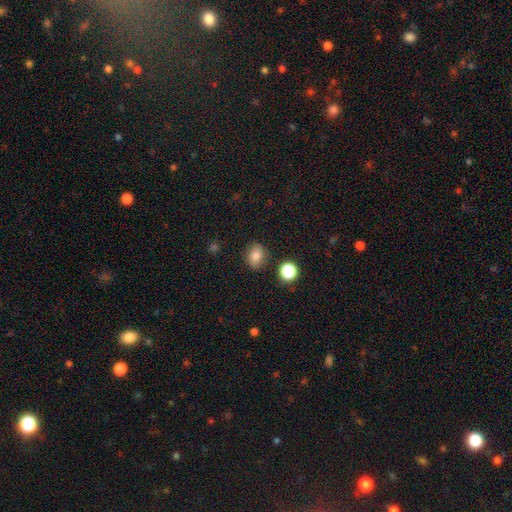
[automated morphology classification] smooth 76%, star or artifact 12%, featured or disk 12%. Down the decision tree: how rounded — in between (51%); merging — none (82%).